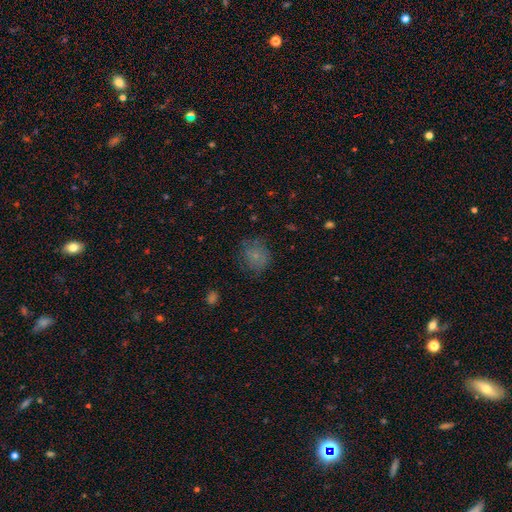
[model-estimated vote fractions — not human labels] A smooth galaxy with no disk features (73%) that is round (70%).

Vote fractions:
- Smooth or featured? smooth: 73% / star or artifact: 14% / featured or disk: 13%
- How rounded? round: 70% / in between: 29% / cigar-shaped: 1%
- Merging? none: 70% / minor disturbance: 20% / major disturbance: 9% / merger: 1%